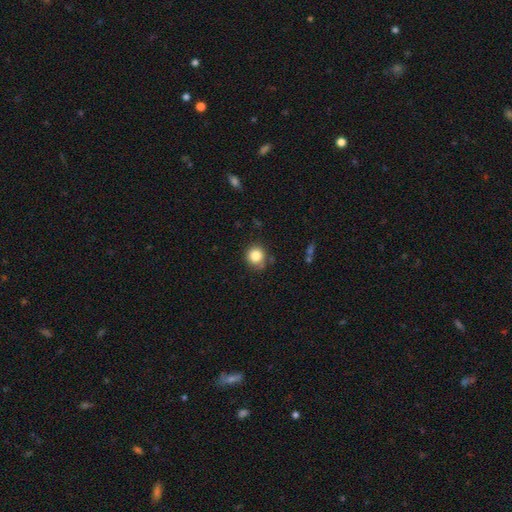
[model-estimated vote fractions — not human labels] smooth 84%, star or artifact 11%, featured or disk 6%. Down the decision tree: how rounded — round (89%); merging — none (78%).